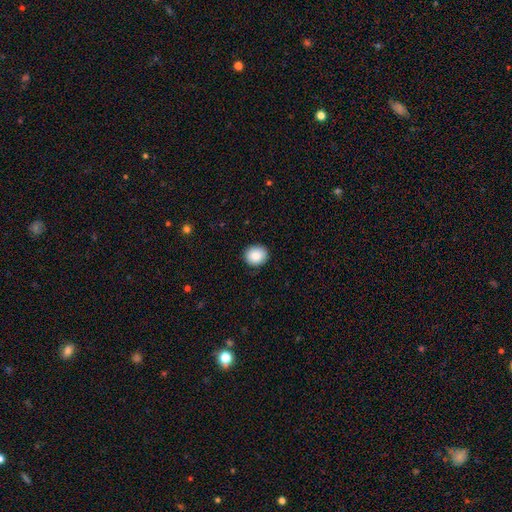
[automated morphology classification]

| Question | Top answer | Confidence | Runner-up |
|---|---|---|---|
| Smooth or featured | smooth | 88% | star or artifact (8%) |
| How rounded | round | 80% | in between (19%) |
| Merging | none | 90% | minor disturbance (7%) |